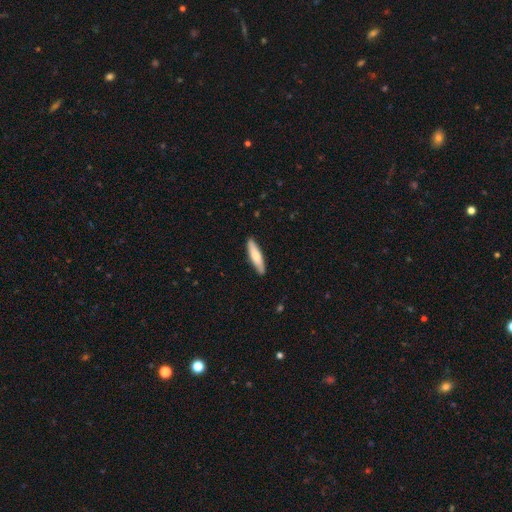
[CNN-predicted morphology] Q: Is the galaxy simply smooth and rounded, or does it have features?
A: smooth — 70%.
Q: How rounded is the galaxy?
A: cigar-shaped — 76%.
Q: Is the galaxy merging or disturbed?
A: none — 88%.